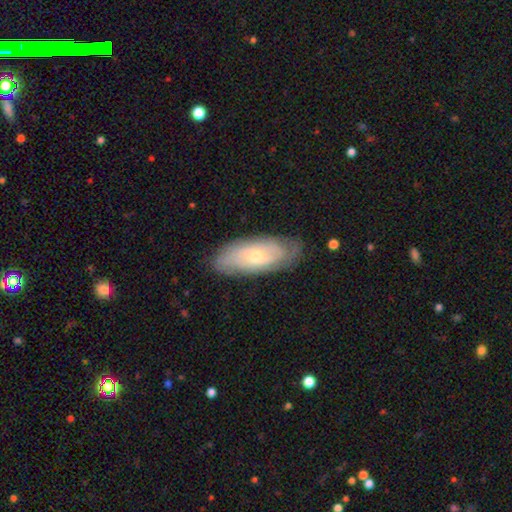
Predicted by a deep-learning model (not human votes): Q: Smooth or featured?
A: featured or disk (60%); runner-up: smooth (34%)
Q: Edge-on disk?
A: no (86%); runner-up: yes (14%)
Q: Bar?
A: no (71%); runner-up: weak (24%)
Q: Spiral arms?
A: yes (75%); runner-up: no (25%)
Q: Bulge size?
A: small (63%); runner-up: moderate (34%)
Q: Merging?
A: none (75%); runner-up: minor disturbance (19%)